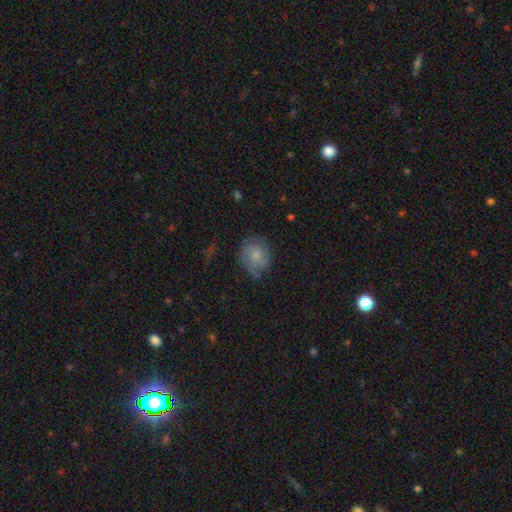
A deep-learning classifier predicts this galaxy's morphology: type=smooth (46%); merging=none (61%).